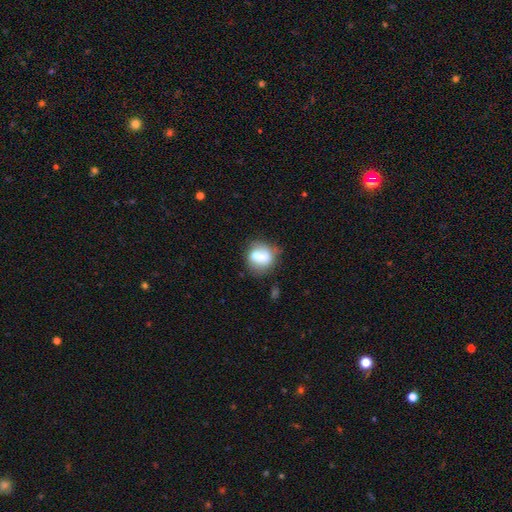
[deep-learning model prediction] Smooth or featured: smooth — 59% (featured or disk — 32%)
How rounded: round — 64% (in between — 33%)
Merging: none — 44% (merger — 25%)